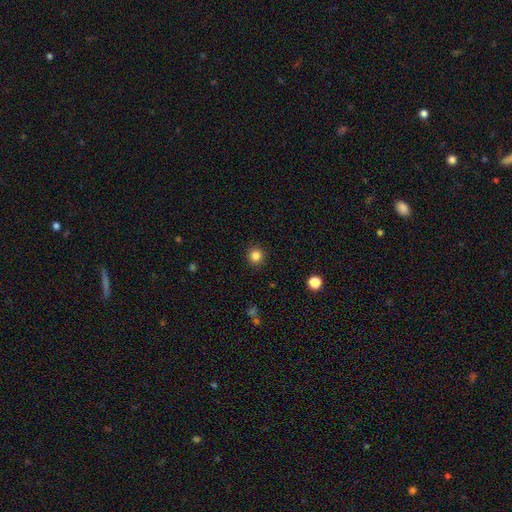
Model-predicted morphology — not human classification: type=smooth (84%); roundness=round (94%); merging=none (92%).